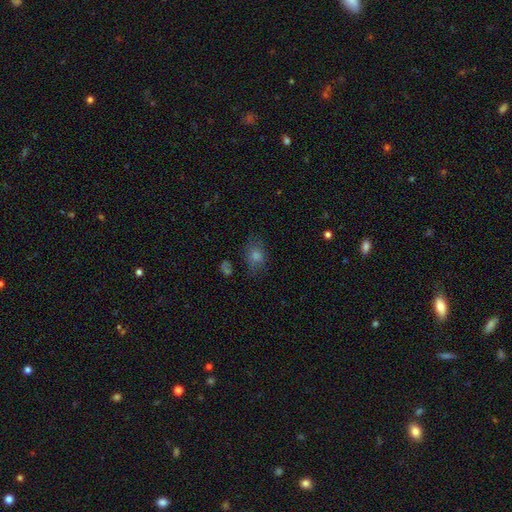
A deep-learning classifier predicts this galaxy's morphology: A smooth galaxy with no disk features (57%) that is in between round and cigar-shaped (52%).

Vote fractions:
- Smooth or featured? smooth: 57% / star or artifact: 26% / featured or disk: 18%
- How rounded? in between: 52% / round: 46% / cigar-shaped: 2%
- Merging? none: 73% / minor disturbance: 17% / major disturbance: 7% / merger: 3%